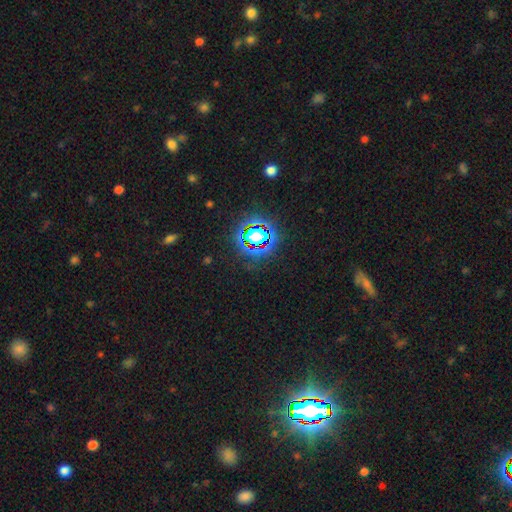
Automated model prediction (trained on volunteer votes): Smooth or featured? star or artifact (80%)